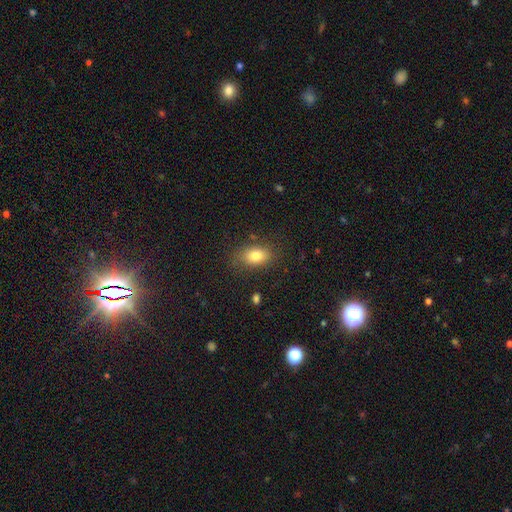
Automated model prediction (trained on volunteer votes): smooth 81%, star or artifact 9%, featured or disk 9%. Down the decision tree: how rounded — in between (82%); merging — none (79%).